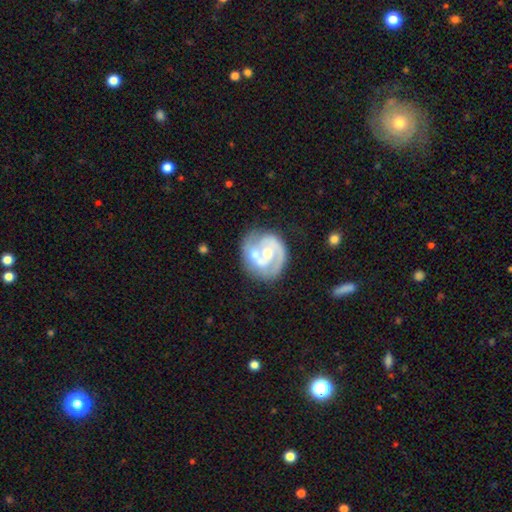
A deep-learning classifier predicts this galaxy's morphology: Smooth or featured?
  - featured or disk: 78% *
  - smooth: 17%
  - star or artifact: 5%
Edge-on disk?
  - no: 98% *
  - yes: 2%
Bar?
  - no: 64% *
  - weak: 28%
  - strong: 7%
Spiral arms?
  - yes: 81% *
  - no: 19%
Spiral winding?
  - tight: 44% *
  - medium: 40%
  - loose: 16%
Spiral arm count?
  - 2: 60% *
  - 1: 17%
  - can't tell: 14%
  - 3: 6%
  - 4: 2%
  - more than 4: 2%
Bulge size?
  - moderate: 66% *
  - small: 26%
  - large: 5%
  - none: 2%
  - dominant: 1%
Merging?
  - none: 45% *
  - merger: 29%
  - minor disturbance: 16%
  - major disturbance: 10%